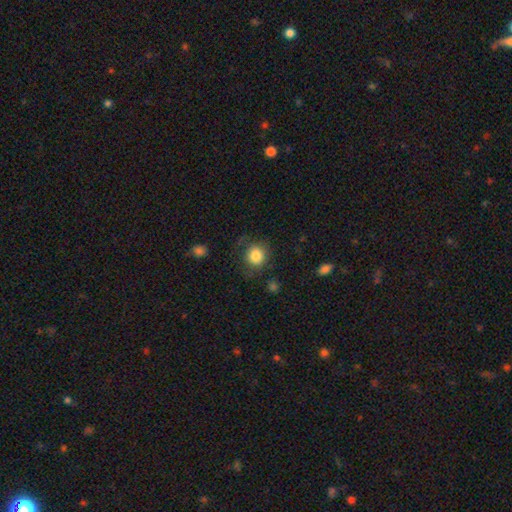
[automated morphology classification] Overall: smooth (84%). How rounded: round (83%). Merging: none (74%).